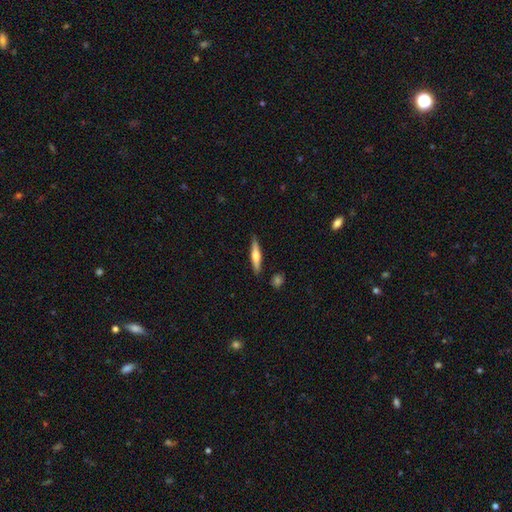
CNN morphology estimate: featured or disk 47% (tied), smooth 47% (tied), star or artifact 6%. Down the decision tree: merging — none (87%).